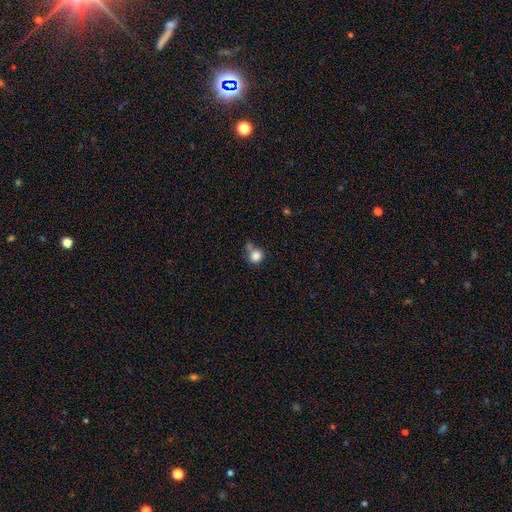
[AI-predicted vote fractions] Overall: smooth (84%). How rounded: round (86%). Merging: none (52%; merger 24%).